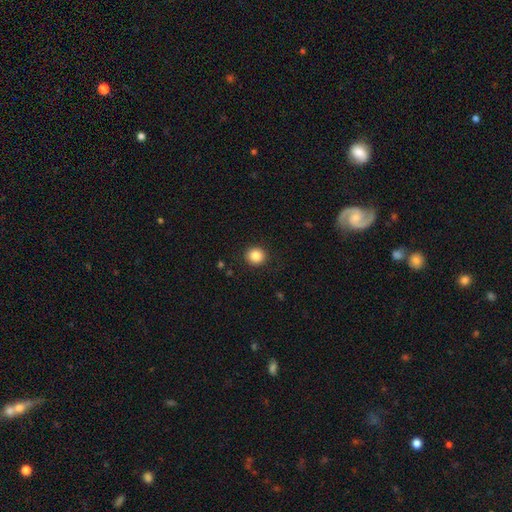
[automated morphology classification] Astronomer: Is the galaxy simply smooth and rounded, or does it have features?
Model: smooth — 86%.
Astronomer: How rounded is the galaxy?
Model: round — 89%.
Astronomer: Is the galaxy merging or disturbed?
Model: none — 91%.